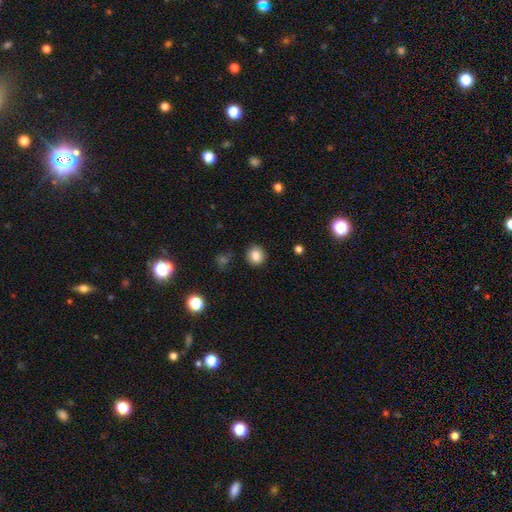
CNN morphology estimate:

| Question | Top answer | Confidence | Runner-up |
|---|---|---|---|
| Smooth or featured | smooth | 84% | star or artifact (10%) |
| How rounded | round | 84% | in between (15%) |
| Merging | none | 88% | minor disturbance (8%) |